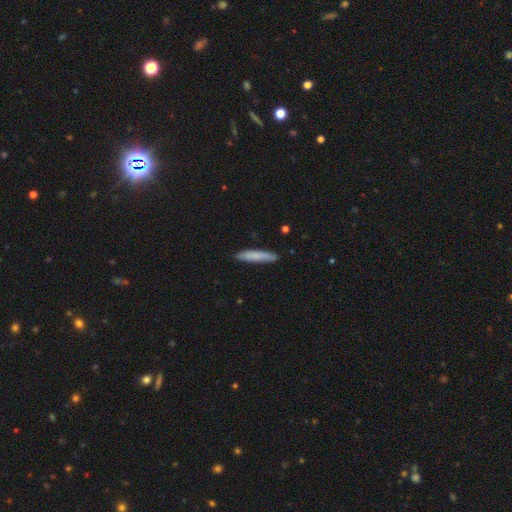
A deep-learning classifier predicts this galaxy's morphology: smooth 78%, featured or disk 16%, star or artifact 6%. Down the decision tree: how rounded — cigar-shaped (91%); merging — none (88%).